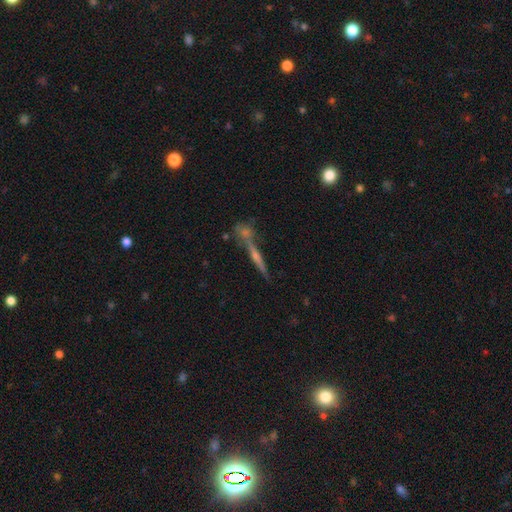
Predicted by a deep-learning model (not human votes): Overall: featured or disk (65%). Edge-on disk: yes (94%). Edge-on bulge: rounded (58%; none 32%). Merging: none (67%).